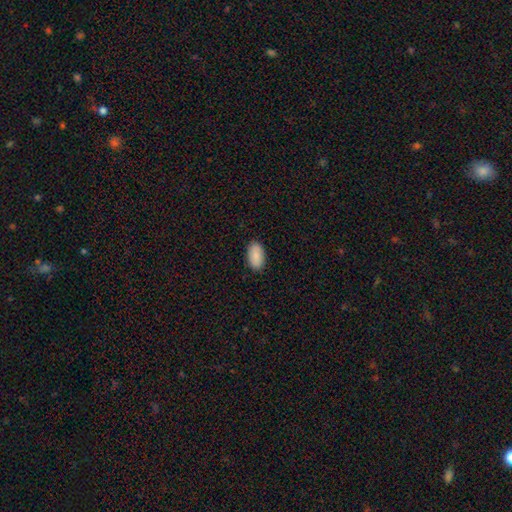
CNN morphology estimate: This appears to be a smooth galaxy with no disk features (89%) that is in between round and cigar-shaped (95%). Merging: none (89%).